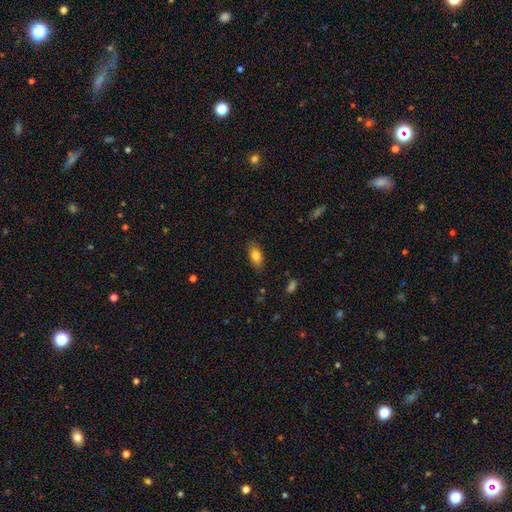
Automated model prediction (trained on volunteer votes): smooth-or-featured: smooth: 82% | featured or disk: 10% | star or artifact: 8%
  how-rounded: in between: 87% | cigar-shaped: 9% | round: 5%
  merging: none: 84% | minor disturbance: 12% | major disturbance: 3% | merger: 1%